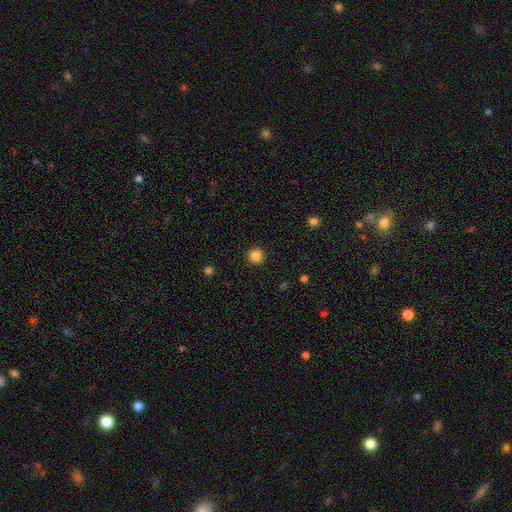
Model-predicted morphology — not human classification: Smooth or featured: smooth — 85% (star or artifact — 12%)
How rounded: round — 96% (in between — 3%)
Merging: none — 93% (minor disturbance — 4%)